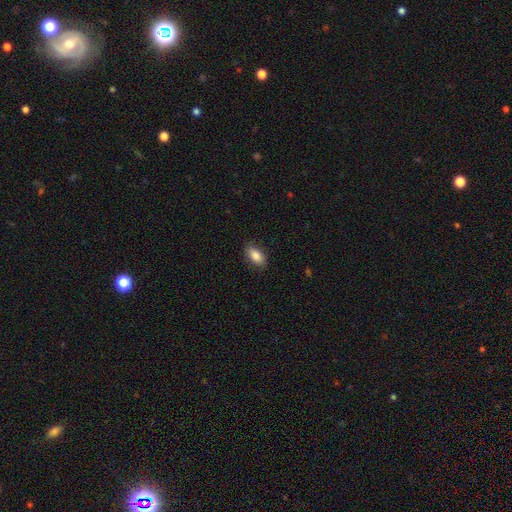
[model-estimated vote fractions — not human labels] smooth-or-featured: smooth: 85% | featured or disk: 8% | star or artifact: 7%
  how-rounded: in between: 91% | cigar-shaped: 5% | round: 4%
  merging: none: 85% | minor disturbance: 11% | major disturbance: 3% | merger: 1%